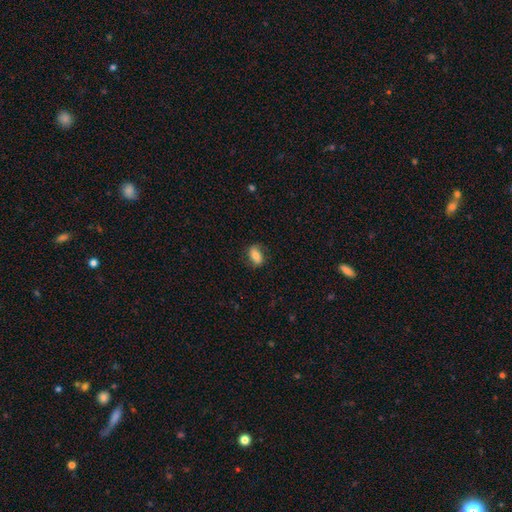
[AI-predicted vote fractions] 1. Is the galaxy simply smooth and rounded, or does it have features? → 74% smooth, 18% featured or disk, 8% star or artifact.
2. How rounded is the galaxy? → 85% in between, 13% round, 3% cigar-shaped.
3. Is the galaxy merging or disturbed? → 79% none, 16% minor disturbance, 4% major disturbance, 1% merger.